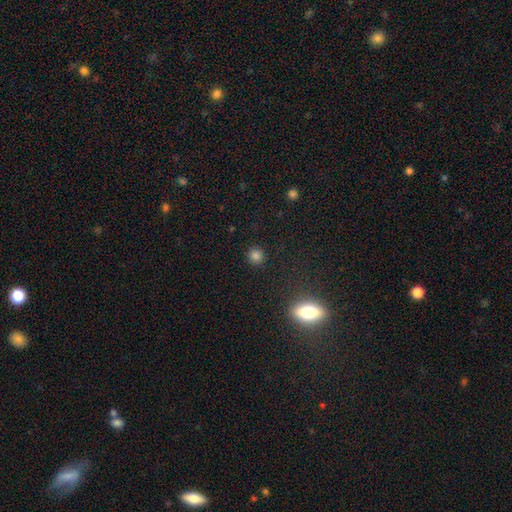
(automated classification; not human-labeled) Morphology: type=smooth (82%); roundness=round (93%); merging=none (91%).